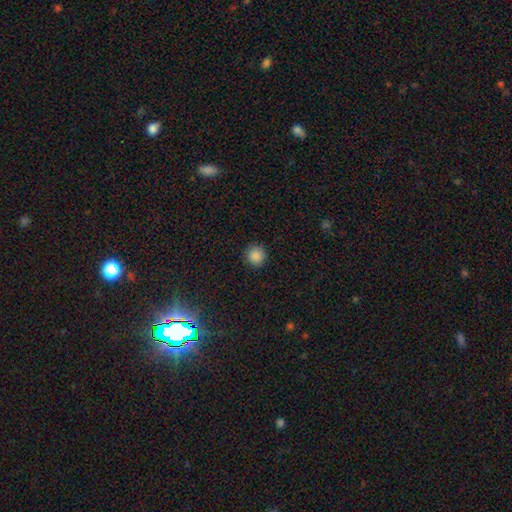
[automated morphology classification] This is clearly a smooth galaxy (87%). How rounded: clearly round (95%). Merging: clearly none (91%).